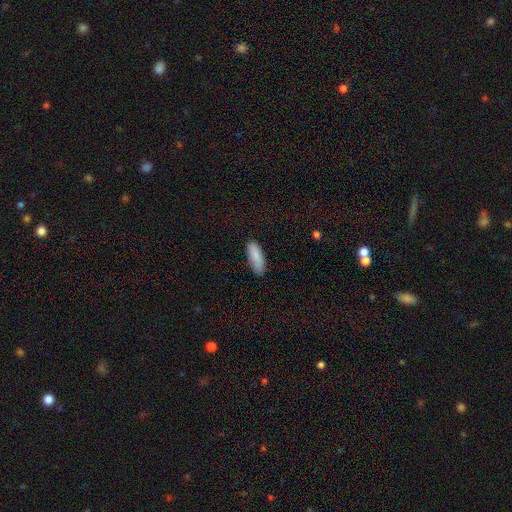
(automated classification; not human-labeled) This is clearly a smooth galaxy (87%). How rounded: likely in between (71%). Merging: likely none (80%).